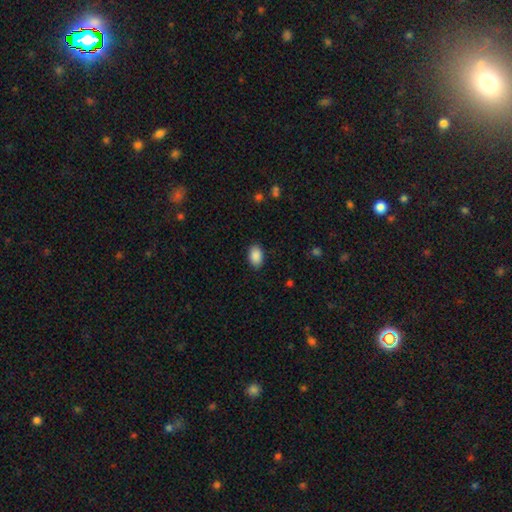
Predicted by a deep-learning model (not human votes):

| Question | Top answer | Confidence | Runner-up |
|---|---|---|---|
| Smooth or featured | smooth | 90% | star or artifact (7%) |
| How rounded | in between | 89% | round (10%) |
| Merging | none | 88% | minor disturbance (9%) |